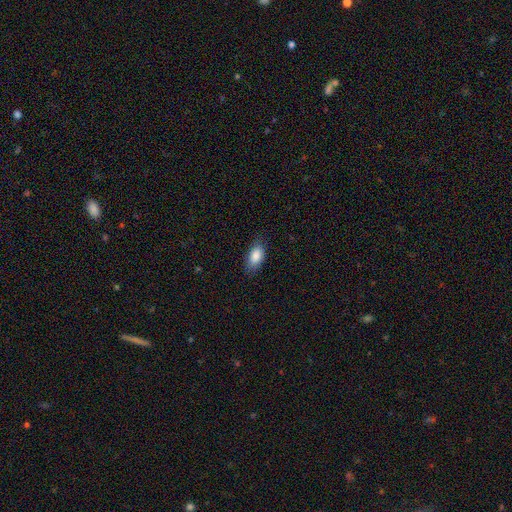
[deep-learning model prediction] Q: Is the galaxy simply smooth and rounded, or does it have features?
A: smooth — 86%.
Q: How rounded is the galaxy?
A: in between — 90%.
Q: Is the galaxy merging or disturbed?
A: none — 79%.